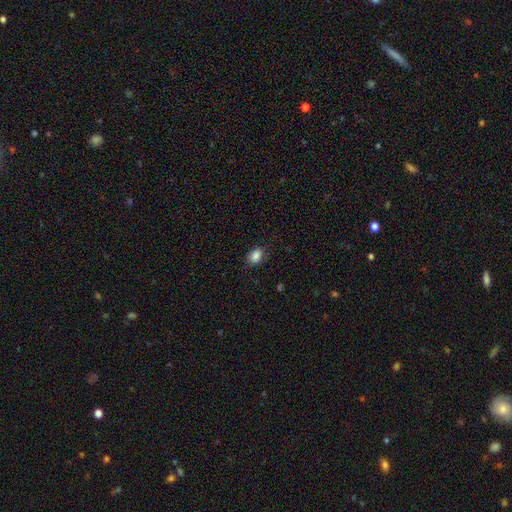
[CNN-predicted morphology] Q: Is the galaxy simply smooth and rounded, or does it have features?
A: smooth — 87%.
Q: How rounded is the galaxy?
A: in between — 72%.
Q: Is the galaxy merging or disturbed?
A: none — 84%.